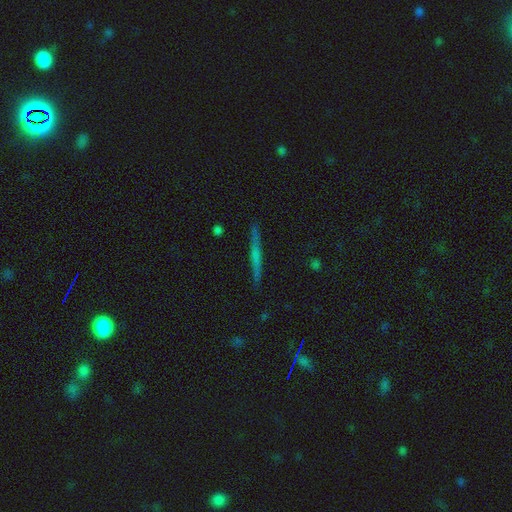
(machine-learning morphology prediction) Smooth or featured? Predicted: featured or disk (p=0.58). Edge-on disk? Predicted: yes (p=0.97). Edge-on bulge? Predicted: none (p=0.61). Merging? Predicted: none (p=0.91).